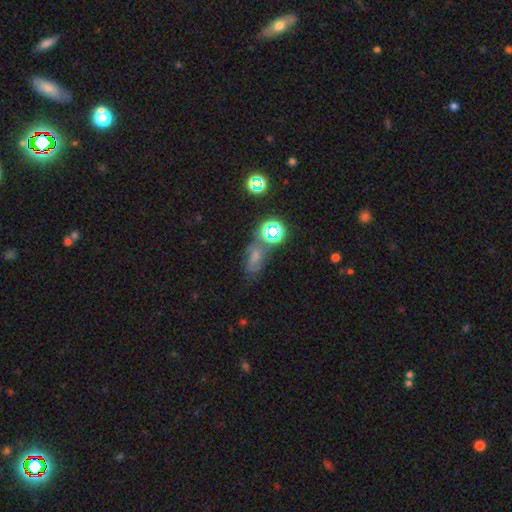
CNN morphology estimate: Smooth or featured?
  - smooth: 40% * (tied)
  - star or artifact: 40% * (tied)
  - featured or disk: 19%
Merging?
  - none: 59% *
  - merger: 18%
  - minor disturbance: 15%
  - major disturbance: 8%